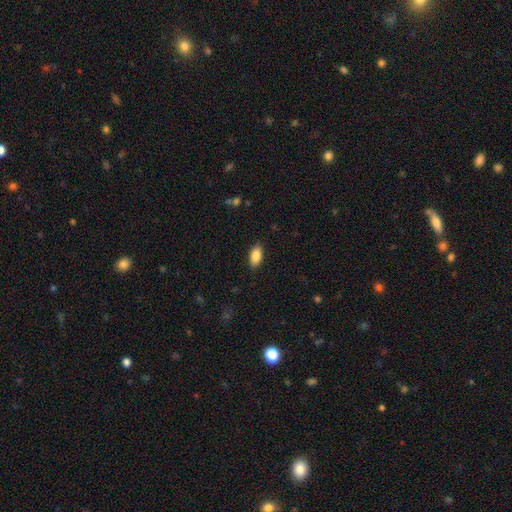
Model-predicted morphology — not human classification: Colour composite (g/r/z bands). It shows a smooth galaxy with no disk features (88%) that is in between round and cigar-shaped (92%). Merging: none (88%).